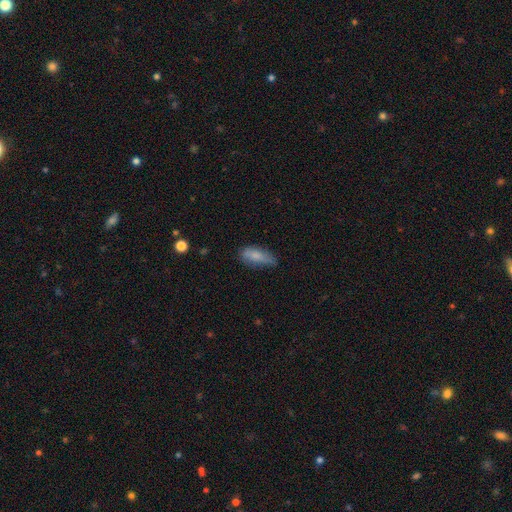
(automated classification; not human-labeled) A smooth galaxy with no disk features (77%) that is in between round and cigar-shaped (72%). Merging: none (54%).